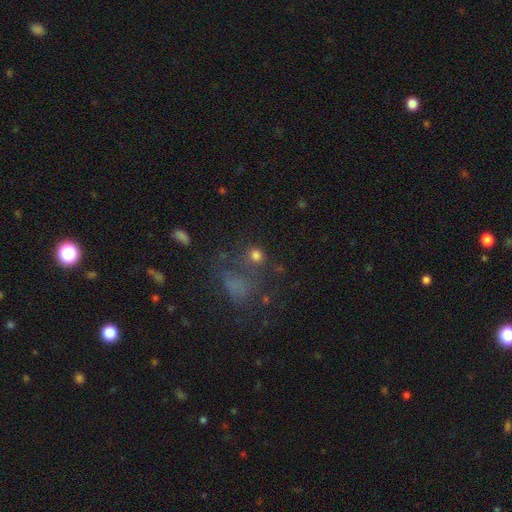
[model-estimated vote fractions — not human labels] This is likely a smooth galaxy (71%). How rounded: likely round (77%). Merging: likely none (61%).